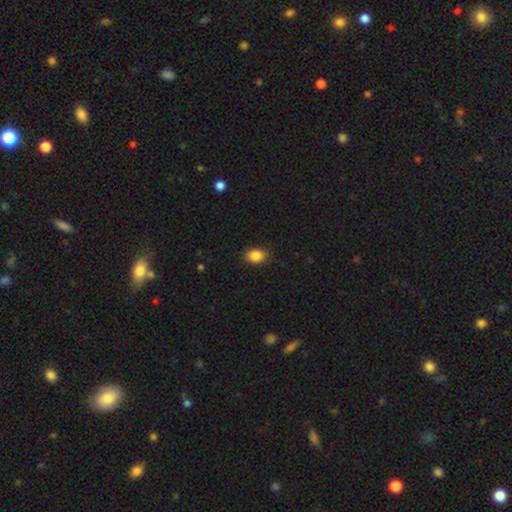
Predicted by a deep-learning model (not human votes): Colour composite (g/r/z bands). It shows a smooth galaxy with no disk features (87%) that is in between round and cigar-shaped (74%). Merging: none (88%).